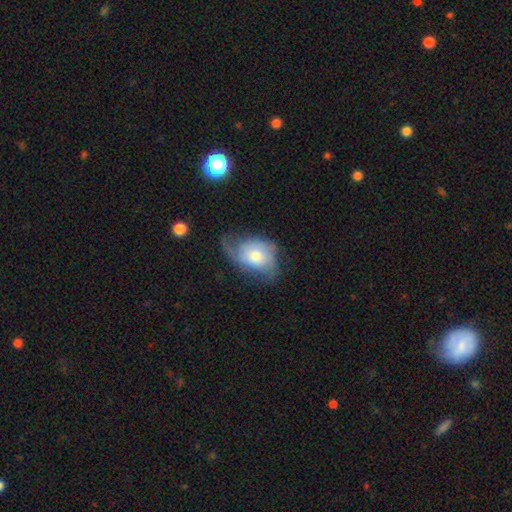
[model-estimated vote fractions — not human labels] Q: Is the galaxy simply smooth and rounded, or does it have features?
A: featured or disk — 55%.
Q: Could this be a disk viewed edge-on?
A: no — 96%.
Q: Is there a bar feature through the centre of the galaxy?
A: no — 78%.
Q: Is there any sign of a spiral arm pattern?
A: yes — 82%.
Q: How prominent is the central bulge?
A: moderate — 62%.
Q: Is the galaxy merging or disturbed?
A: none — 40%.